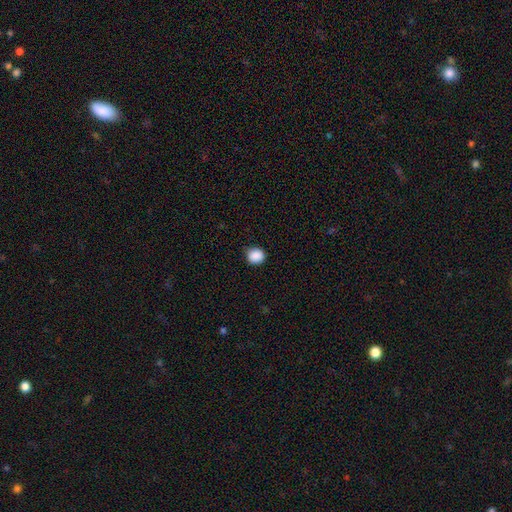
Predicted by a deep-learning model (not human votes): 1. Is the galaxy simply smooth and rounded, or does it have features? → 89% smooth, 9% star or artifact, 2% featured or disk.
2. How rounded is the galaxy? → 84% round, 15% in between, 1% cigar-shaped.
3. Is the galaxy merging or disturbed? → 88% none, 9% minor disturbance, 2% major disturbance, 1% merger.